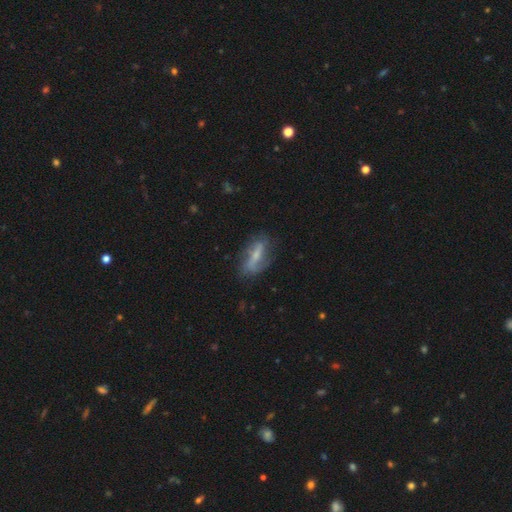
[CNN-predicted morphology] This is likely a featured or disk galaxy (64%). It is clearly not viewed edge-on (86%). Bar: marginally weak (39%). Spiral arm pattern: likely yes (80%). Central bulge: possibly small (52%). Merging: likely none (66%).